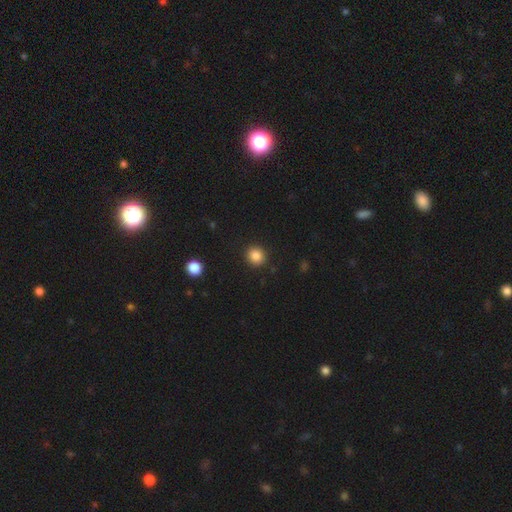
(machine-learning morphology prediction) smooth 86%, star or artifact 10%, featured or disk 4%. Down the decision tree: how rounded — round (88%); merging — none (91%).